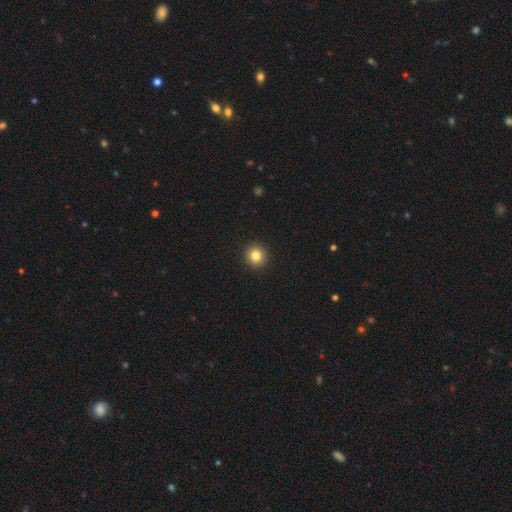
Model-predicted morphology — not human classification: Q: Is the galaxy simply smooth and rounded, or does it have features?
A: smooth — 83%.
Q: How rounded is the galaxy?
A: round — 94%.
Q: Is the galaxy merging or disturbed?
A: none — 93%.